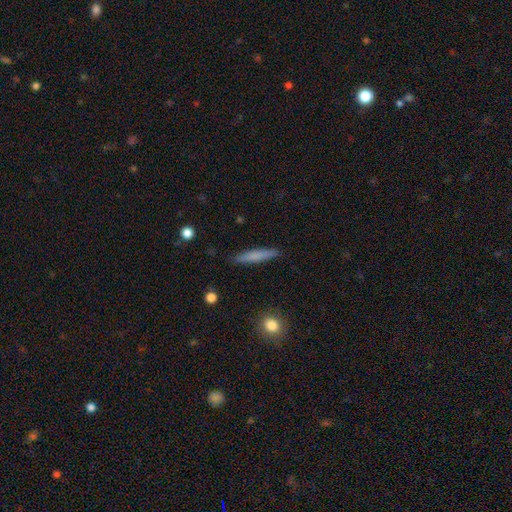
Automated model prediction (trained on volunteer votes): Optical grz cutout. It shows a smooth galaxy with no disk features (73%) that is cigar-shaped (92%). Merging: none (89%).